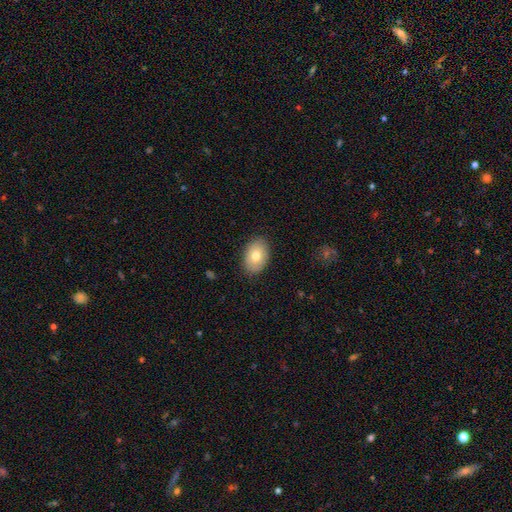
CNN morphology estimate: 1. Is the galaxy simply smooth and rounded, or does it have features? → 77% smooth, 16% featured or disk, 7% star or artifact.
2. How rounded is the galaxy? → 85% in between, 14% round, 1% cigar-shaped.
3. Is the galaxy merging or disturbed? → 86% none, 10% minor disturbance, 2% major disturbance, 1% merger.